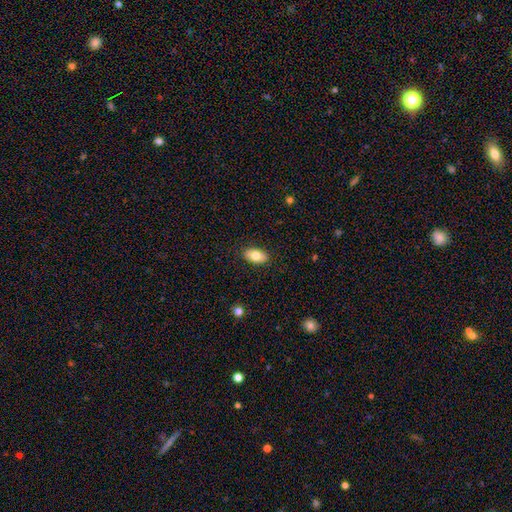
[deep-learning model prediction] A smooth galaxy with no disk features (80%) that is in between round and cigar-shaped (93%). Merging: none (88%).